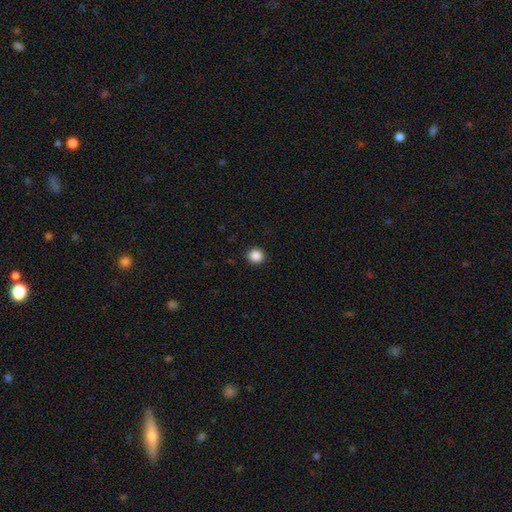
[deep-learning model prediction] Smooth or featured? smooth (87%)
How rounded? round (90%)
Merging? none (92%)